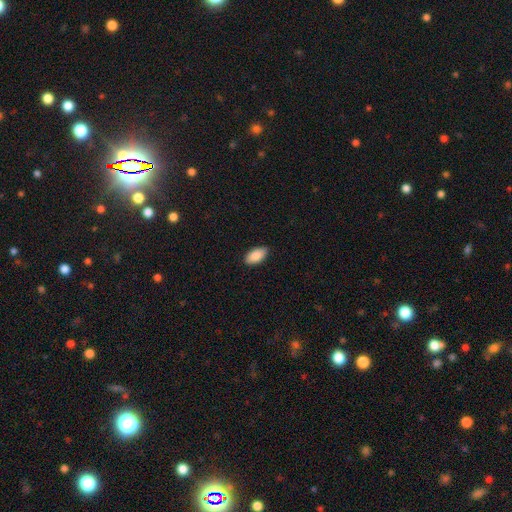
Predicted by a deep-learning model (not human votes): Q: Smooth or featured?
A: smooth (89%); runner-up: star or artifact (6%)
Q: How rounded?
A: in between (94%); runner-up: cigar-shaped (4%)
Q: Merging?
A: none (87%); runner-up: minor disturbance (10%)